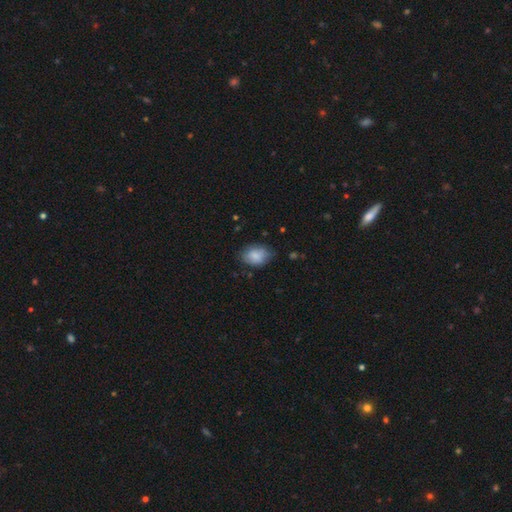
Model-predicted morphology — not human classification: Smooth or featured: smooth — 82% (featured or disk — 11%)
How rounded: in between — 80% (round — 19%)
Merging: none — 68% (minor disturbance — 25%)